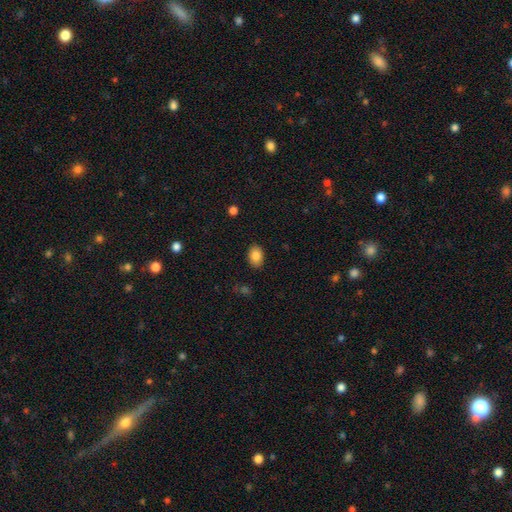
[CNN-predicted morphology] Smooth or featured? smooth (85%)
How rounded? in between (78%)
Merging? none (87%)